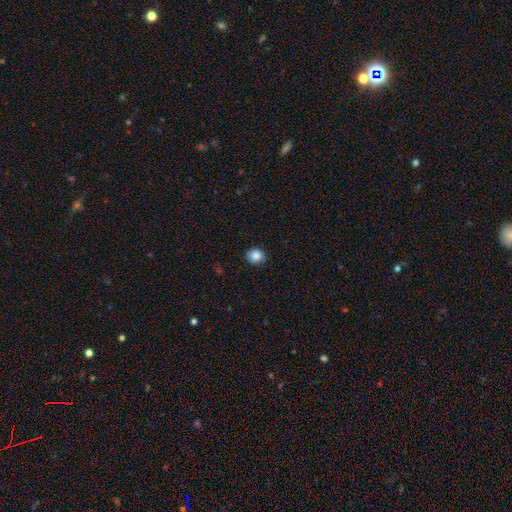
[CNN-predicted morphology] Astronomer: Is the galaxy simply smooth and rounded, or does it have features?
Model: smooth — 86%.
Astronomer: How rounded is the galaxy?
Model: round — 72%.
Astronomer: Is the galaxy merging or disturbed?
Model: none — 84%.